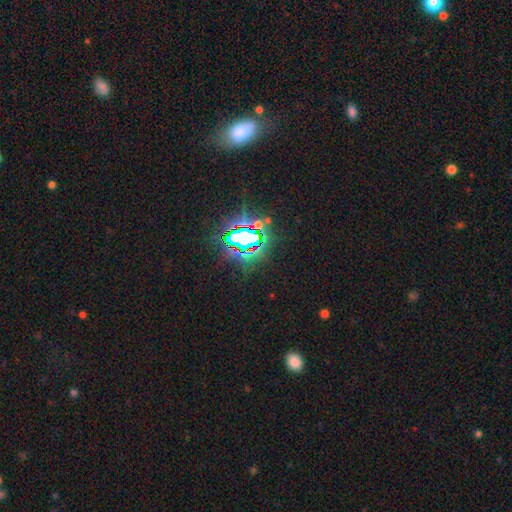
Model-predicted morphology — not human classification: This is likely a star or artifact rather than a galaxy (76%).